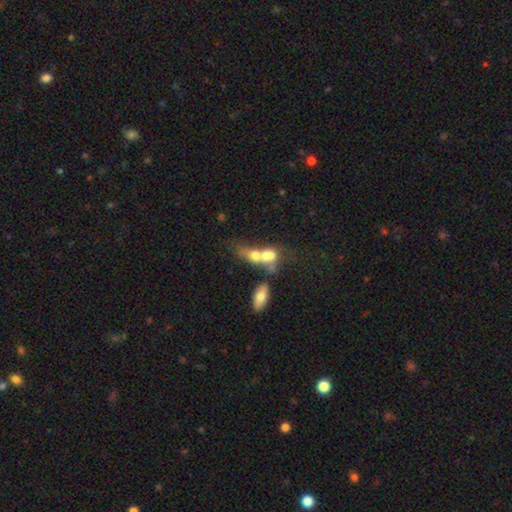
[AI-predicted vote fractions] Smooth or featured? Predicted: smooth (p=0.59). How rounded? Predicted: in between (p=0.62). Merging? Predicted: merger (p=0.71).